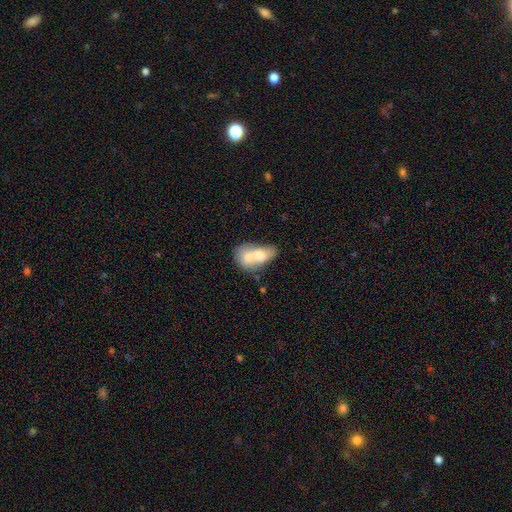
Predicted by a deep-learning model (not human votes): Smooth or featured: smooth — 65% (featured or disk — 28%)
How rounded: in between — 76% (round — 21%)
Merging: merger — 75% (none — 13%)